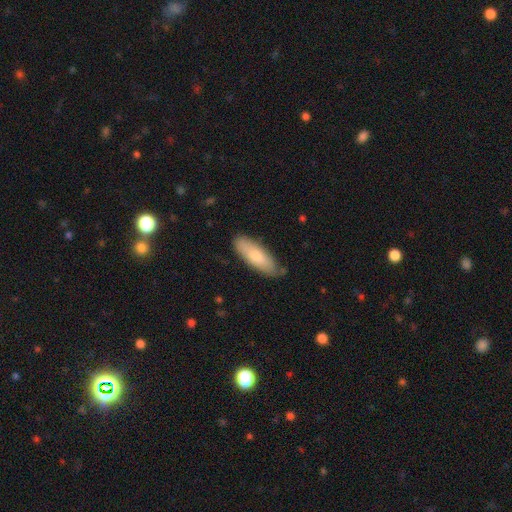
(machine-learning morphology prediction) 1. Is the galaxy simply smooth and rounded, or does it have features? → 76% smooth, 18% featured or disk, 5% star or artifact.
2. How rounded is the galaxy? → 59% in between, 39% cigar-shaped, 2% round.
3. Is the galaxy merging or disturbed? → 75% none, 20% minor disturbance, 3% major disturbance, 2% merger.